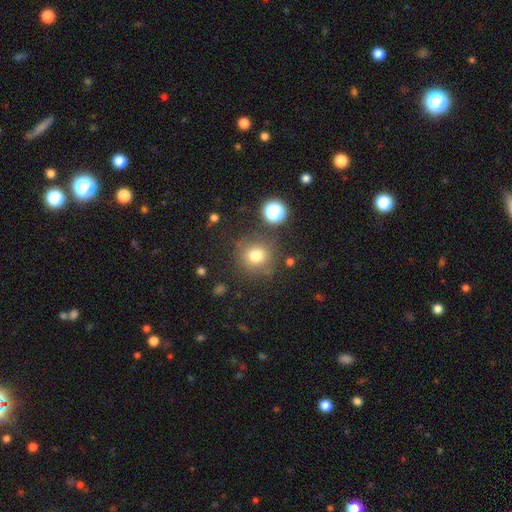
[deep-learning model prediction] This appears to be a smooth galaxy with no disk features (76%) that is round (92%). Merging: none (81%).